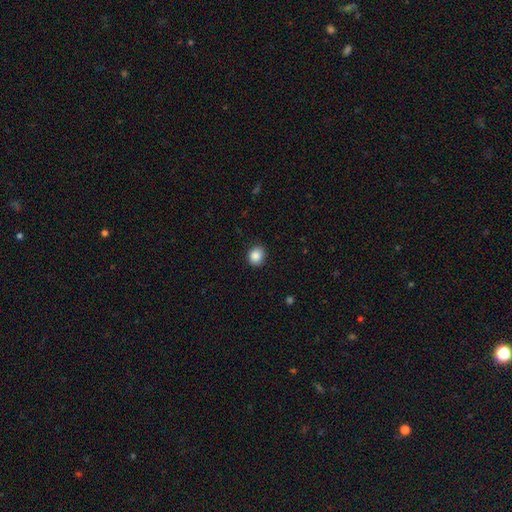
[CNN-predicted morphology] smooth-or-featured: smooth: 87% | star or artifact: 9% | featured or disk: 4%
  how-rounded: round: 74% | in between: 25% | cigar-shaped: 1%
  merging: none: 86% | minor disturbance: 10% | major disturbance: 2% | merger: 1%